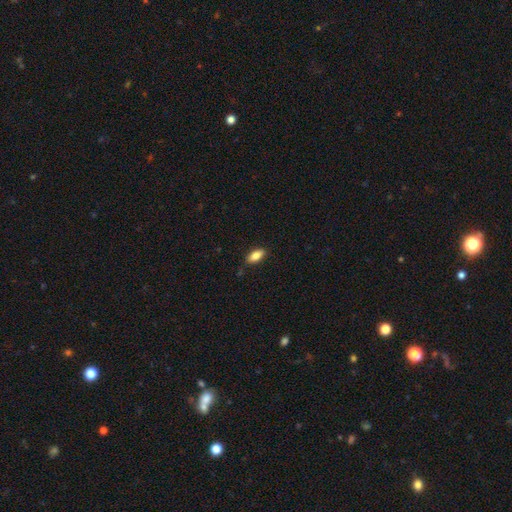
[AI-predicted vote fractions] Smooth or featured? smooth (84%)
How rounded? in between (88%)
Merging? none (82%)